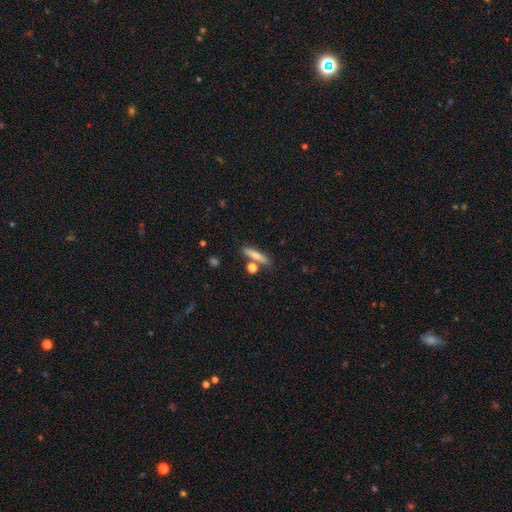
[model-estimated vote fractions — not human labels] A smooth galaxy with no disk features (65%) that is cigar-shaped (82%). Merging: none (75%).